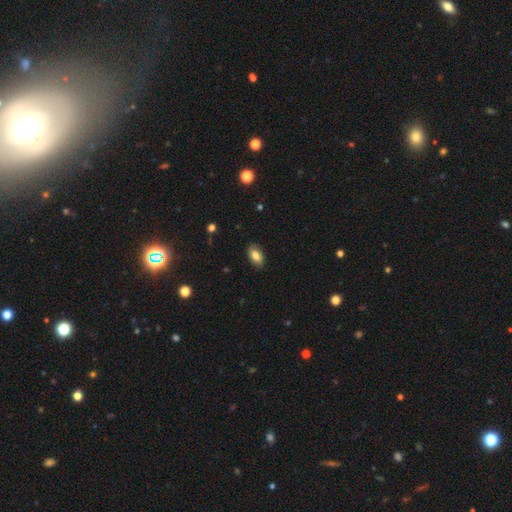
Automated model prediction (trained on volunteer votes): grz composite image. It shows a smooth galaxy with no disk features (82%) that is in between round and cigar-shaped (92%). Merging: none (86%).